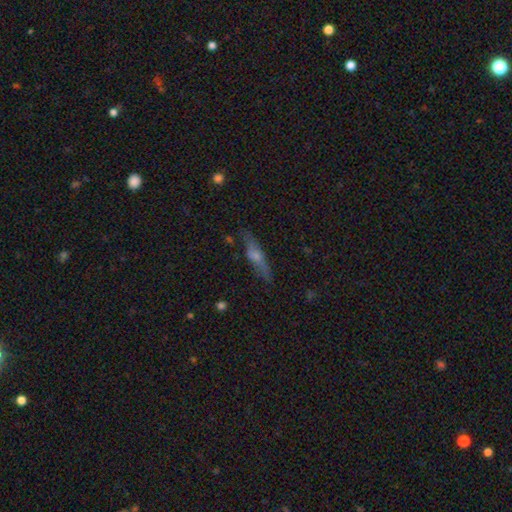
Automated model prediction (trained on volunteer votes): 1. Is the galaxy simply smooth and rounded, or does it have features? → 51% featured or disk, 41% smooth, 8% star or artifact.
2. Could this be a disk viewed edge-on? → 87% yes, 13% no.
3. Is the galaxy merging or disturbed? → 79% none, 15% minor disturbance, 4% major disturbance, 2% merger.